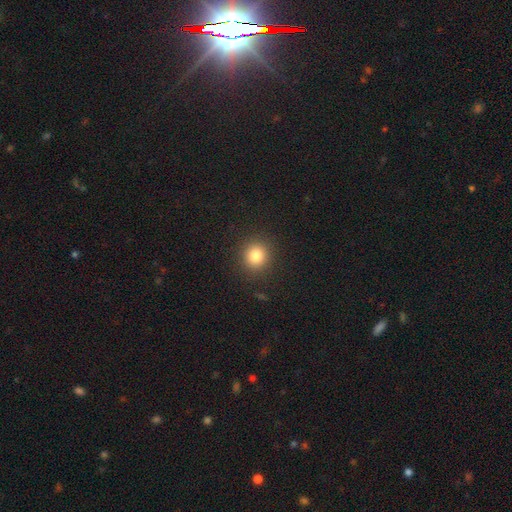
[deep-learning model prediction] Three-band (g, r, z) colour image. It shows a smooth galaxy with no disk features (82%) that is round (87%). Merging: none (90%).